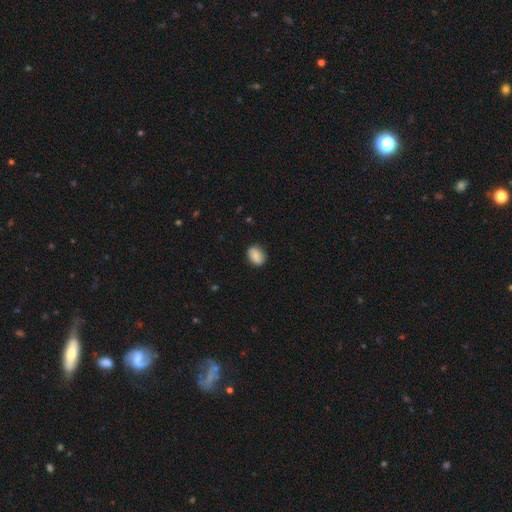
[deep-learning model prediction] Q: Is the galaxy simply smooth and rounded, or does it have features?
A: smooth — 87%.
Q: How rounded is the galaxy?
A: in between — 72%.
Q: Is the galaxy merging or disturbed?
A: none — 84%.